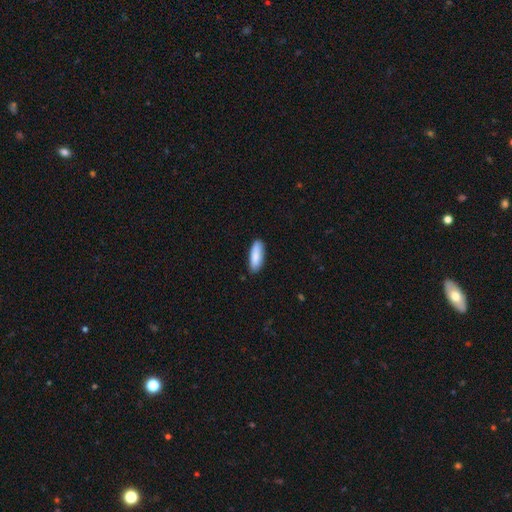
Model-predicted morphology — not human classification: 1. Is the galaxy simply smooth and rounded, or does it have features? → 88% smooth, 6% featured or disk, 6% star or artifact.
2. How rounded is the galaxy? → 66% in between, 32% cigar-shaped, 2% round.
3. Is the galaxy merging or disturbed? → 85% none, 12% minor disturbance, 2% major disturbance, 1% merger.